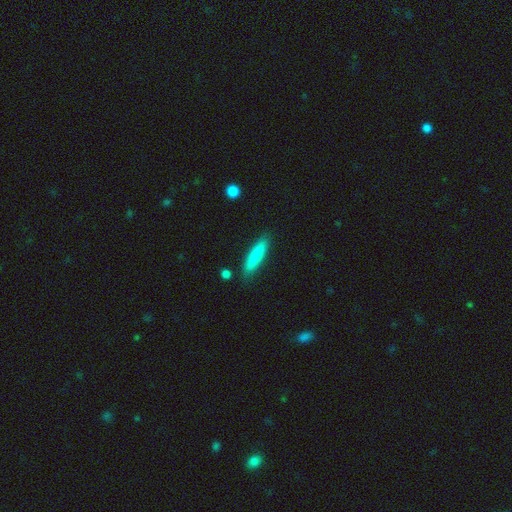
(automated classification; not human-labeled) Q: Smooth or featured?
A: smooth (83%); runner-up: featured or disk (12%)
Q: How rounded?
A: cigar-shaped (82%); runner-up: in between (17%)
Q: Merging?
A: none (84%); runner-up: minor disturbance (11%)